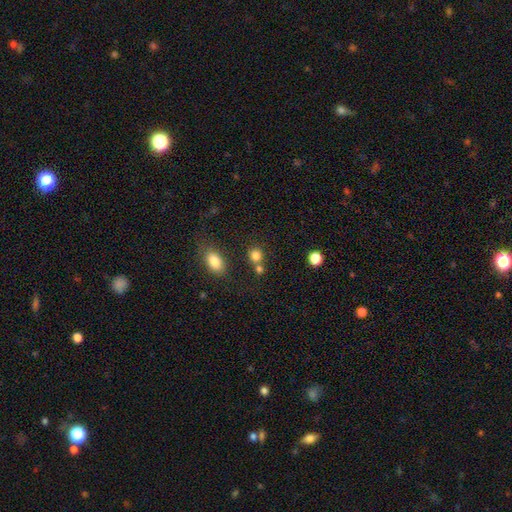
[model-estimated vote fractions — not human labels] This is clearly a smooth galaxy (81%). How rounded: clearly round (80%). Merging: possibly none (60%).